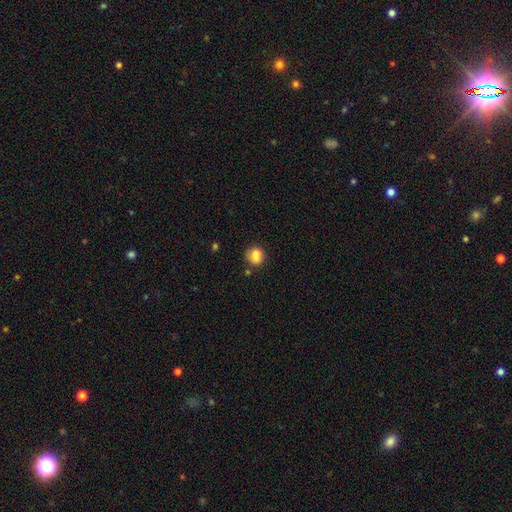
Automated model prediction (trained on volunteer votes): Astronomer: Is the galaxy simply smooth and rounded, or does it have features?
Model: smooth — 80%.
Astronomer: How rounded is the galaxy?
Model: round — 72%.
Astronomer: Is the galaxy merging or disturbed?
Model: none — 60%.